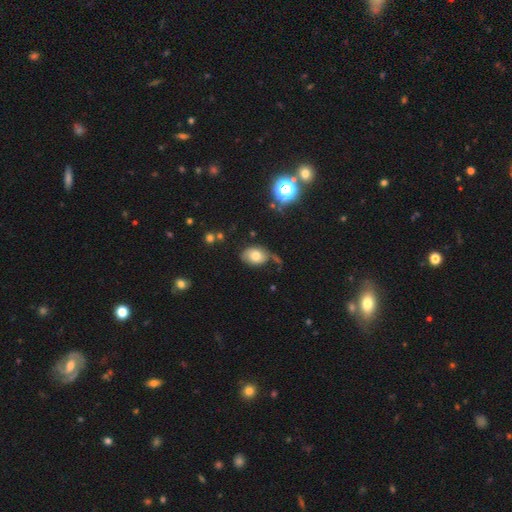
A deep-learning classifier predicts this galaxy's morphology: Smooth or featured?
  - smooth: 72% *
  - featured or disk: 17%
  - star or artifact: 11%
How rounded?
  - in between: 75% *
  - round: 24%
  - cigar-shaped: 1%
Merging?
  - none: 52% *
  - minor disturbance: 27%
  - major disturbance: 12%
  - merger: 9%